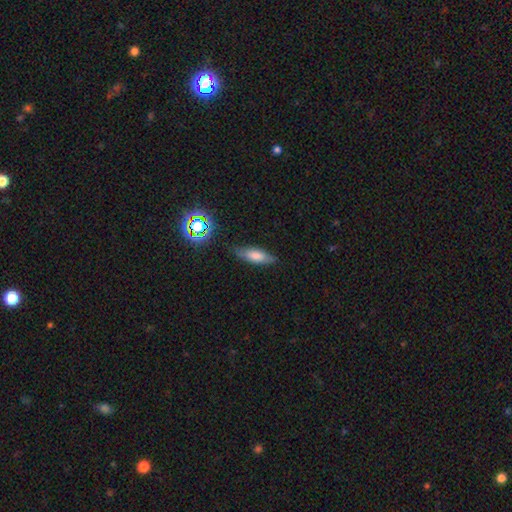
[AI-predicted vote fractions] Smooth or featured: smooth — 70% (featured or disk — 20%)
How rounded: in between — 53% (cigar-shaped — 44%)
Merging: none — 78% (minor disturbance — 17%)